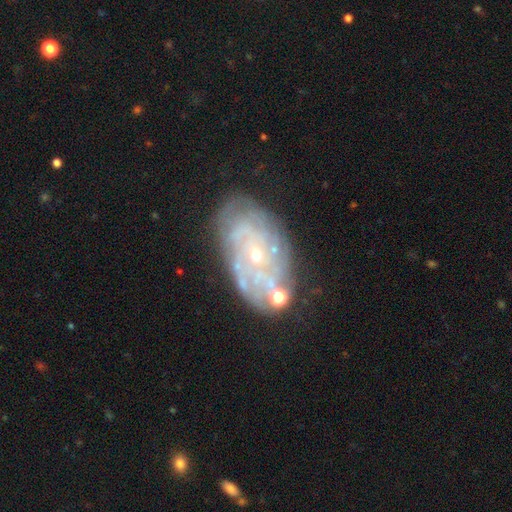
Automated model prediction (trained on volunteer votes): This appears to be a featured or disk galaxy (78%) with no bar (77%), tight (67%) spiral arms (79%) and a small central bulge (74%). Merging: none (64%).